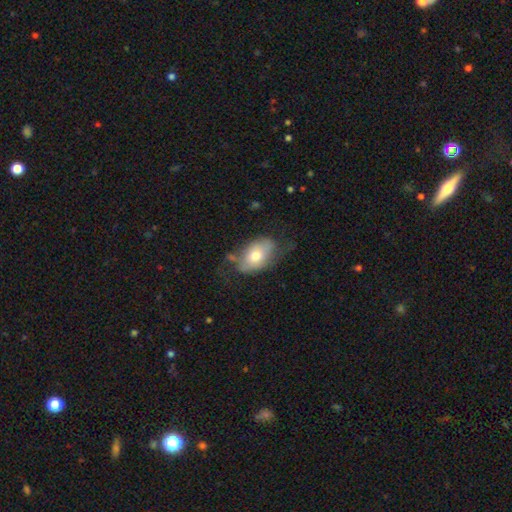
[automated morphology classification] Overall: smooth (64%; featured or disk 29%). How rounded: in between (88%). Merging: none (51%; minor disturbance 29%).